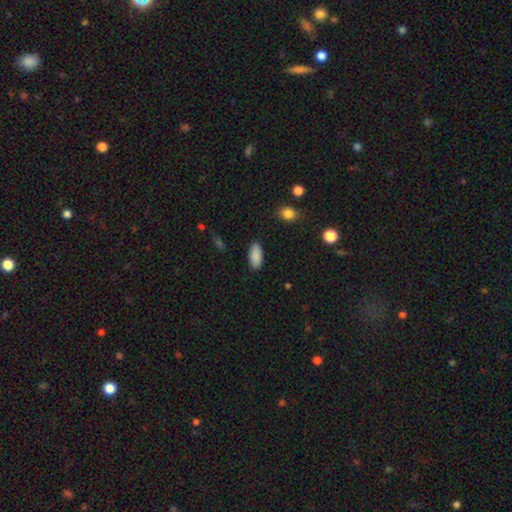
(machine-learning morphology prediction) The model was most divided on "merging": none: 88%, minor disturbance: 9%, major disturbance: 2%, merger: 1%. More confident: how rounded — in between (91%); smooth or featured — smooth (89%).